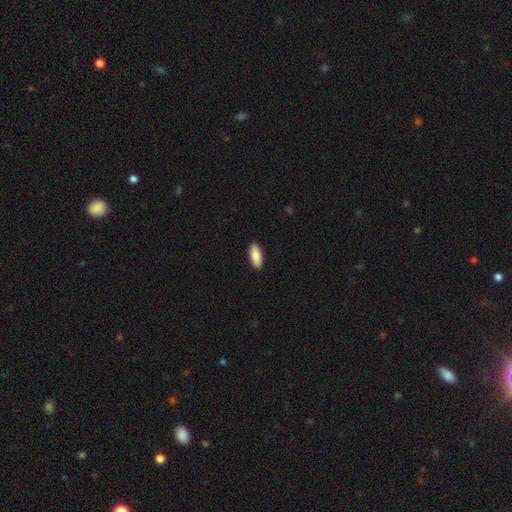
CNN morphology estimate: type=smooth (89%); roundness=in between (75%); merging=none (91%).